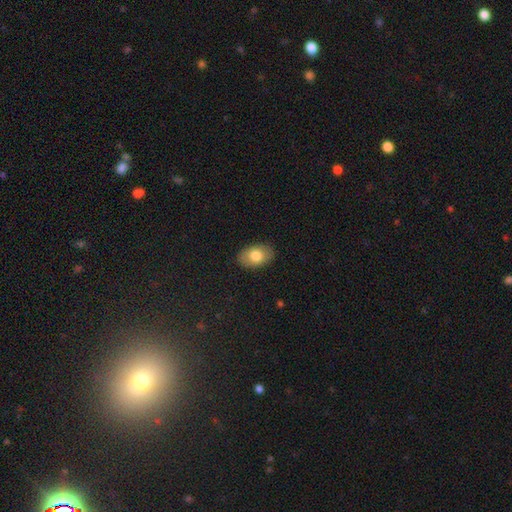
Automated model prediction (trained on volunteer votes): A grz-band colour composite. It shows a smooth galaxy with no disk features (78%) that is in between round and cigar-shaped (88%). Merging: none (88%).